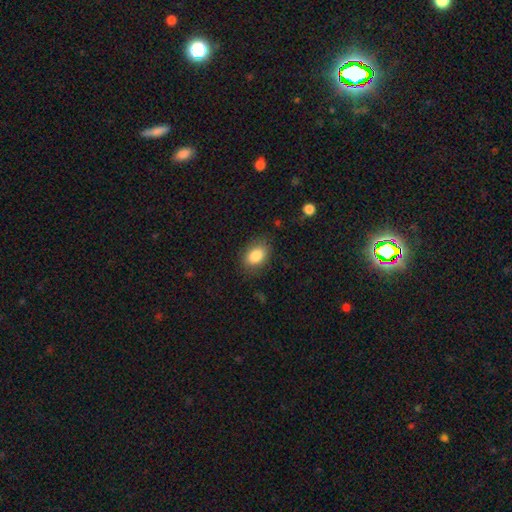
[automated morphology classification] This is clearly a smooth galaxy (85%). How rounded: clearly in between (81%). Merging: likely none (79%).